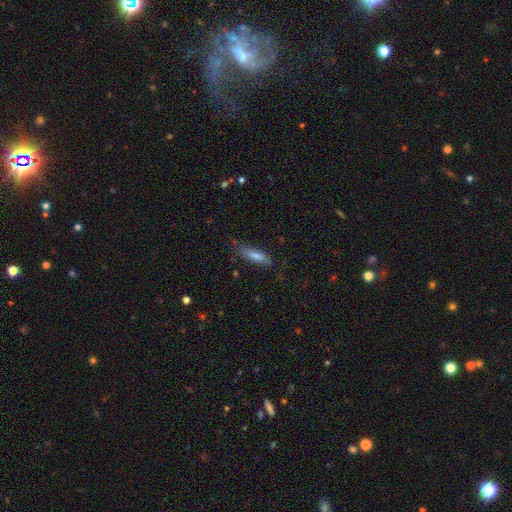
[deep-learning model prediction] smooth-or-featured: smooth: 50% | featured or disk: 35% | star or artifact: 15%
  how-rounded: cigar-shaped: 68% | in between: 29% | round: 3%
  merging: none: 73% | minor disturbance: 19% | major disturbance: 6% | merger: 2%